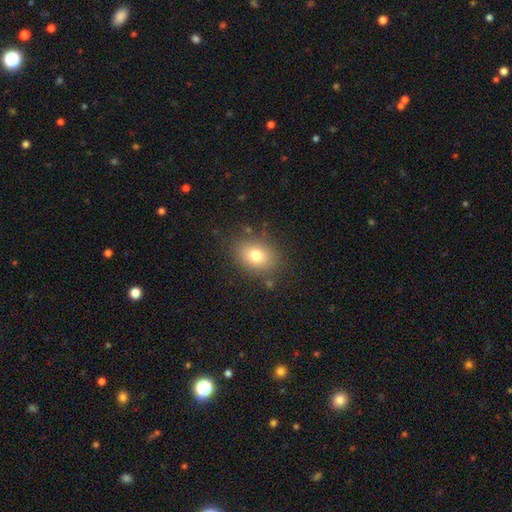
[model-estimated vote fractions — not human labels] Smooth or featured?
  - smooth: 77% *
  - star or artifact: 12%
  - featured or disk: 11%
How rounded?
  - in between: 62% *
  - round: 37%
  - cigar-shaped: 1%
Merging?
  - none: 83% *
  - minor disturbance: 11%
  - major disturbance: 4%
  - merger: 2%